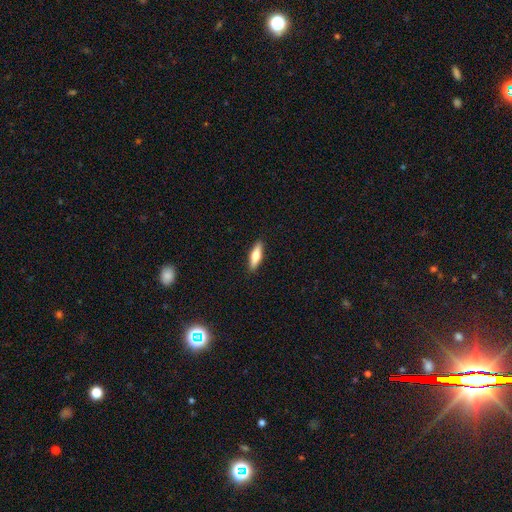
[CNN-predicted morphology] Q: Smooth or featured?
A: smooth (63%); runner-up: featured or disk (31%)
Q: How rounded?
A: cigar-shaped (58%); runner-up: in between (40%)
Q: Merging?
A: none (90%); runner-up: minor disturbance (7%)